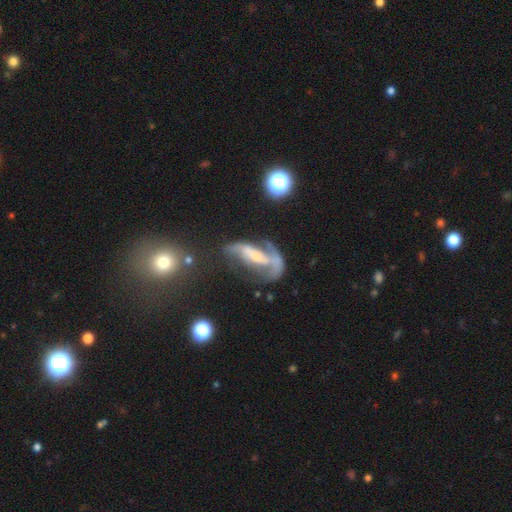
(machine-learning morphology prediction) Smooth or featured? Predicted: featured or disk (p=0.75). Edge-on disk? Predicted: no (p=0.84). Bar? Predicted: strong (p=0.36). Spiral arms? Predicted: yes (p=0.79). Bulge size? Predicted: small (p=0.47). Merging? Predicted: major disturbance (p=0.36).